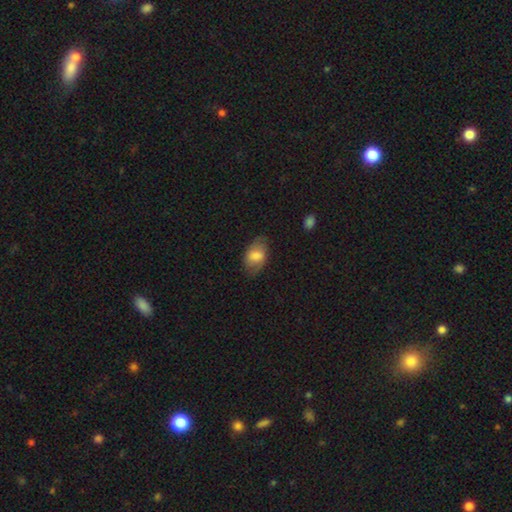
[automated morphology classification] smooth 65%, featured or disk 28%, star or artifact 7%. Down the decision tree: how rounded — in between (87%); merging — none (71%).